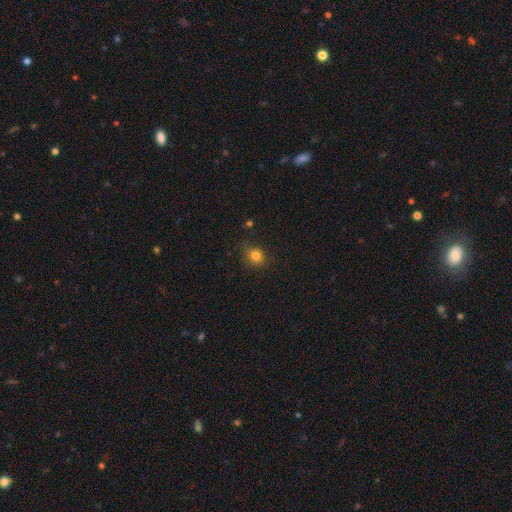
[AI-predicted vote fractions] smooth 82%, star or artifact 13%, featured or disk 5%. Down the decision tree: how rounded — round (76%); merging — none (82%).